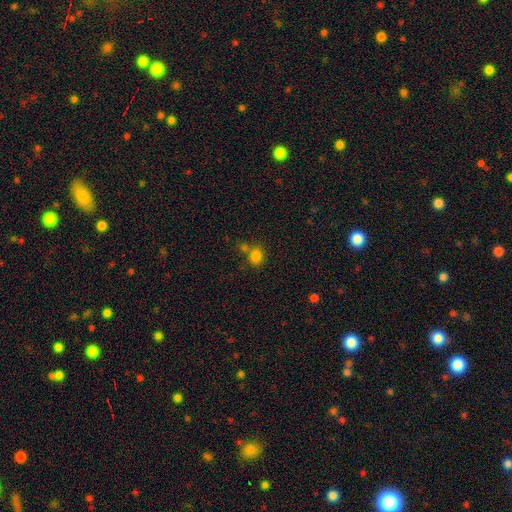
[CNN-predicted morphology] A smooth galaxy with no disk features (81%) that is round (66%). Merging: none (61%).